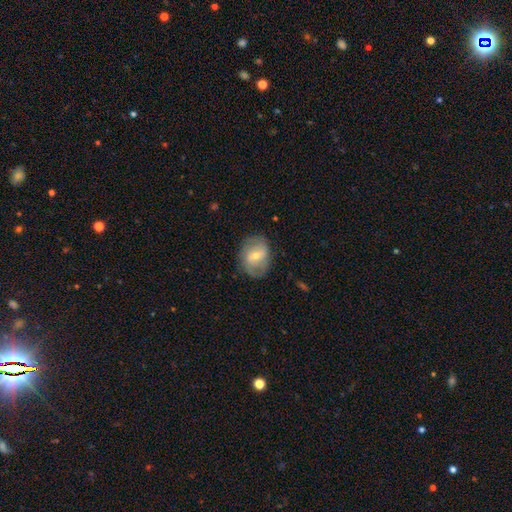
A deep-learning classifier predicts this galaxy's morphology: smooth_or_featured: featured or disk (p=0.52) [alt: smooth p=0.41]
disk_edge_on: no (p=0.95) [alt: yes p=0.05]
merging: none (p=0.75) [alt: minor disturbance p=0.17]